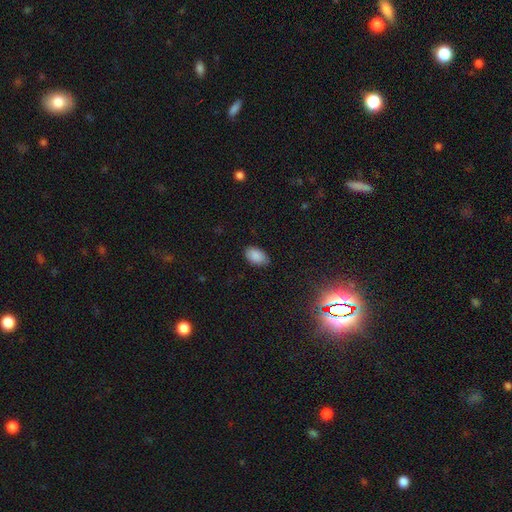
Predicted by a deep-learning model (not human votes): Q: Smooth or featured?
A: smooth (87%); runner-up: star or artifact (9%)
Q: How rounded?
A: in between (93%); runner-up: round (6%)
Q: Merging?
A: none (80%); runner-up: minor disturbance (17%)